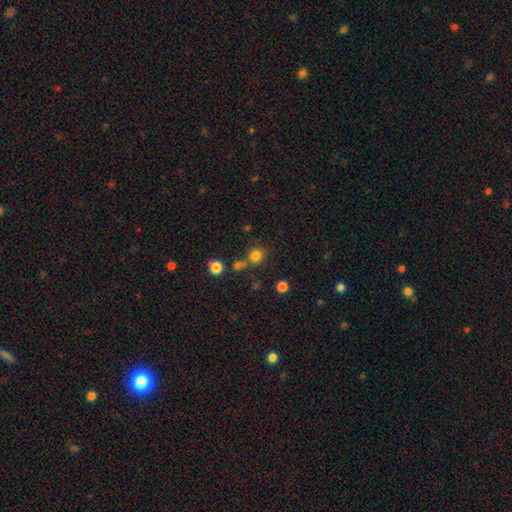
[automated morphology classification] Smooth or featured? smooth (78%)
How rounded? round (89%)
Merging? none (71%)